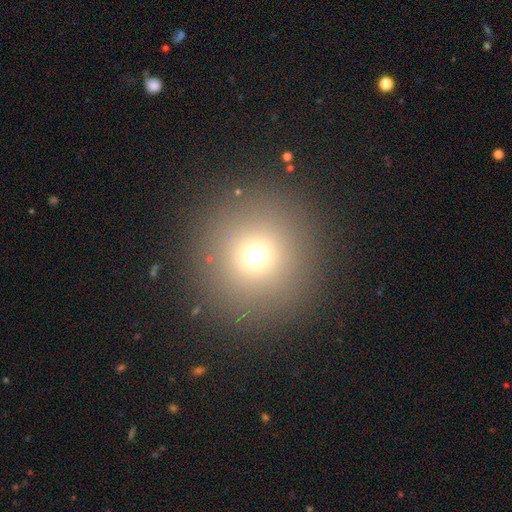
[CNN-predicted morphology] Smooth or featured? Predicted: smooth (p=0.69). How rounded? Predicted: round (p=0.95). Merging? Predicted: none (p=0.90).